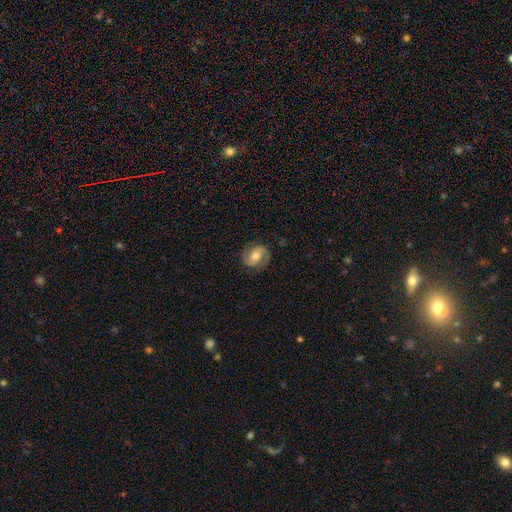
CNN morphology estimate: The model was most divided on "bar": no: 43%, weak: 40%, strong: 17%. Remaining: edge-on disk — no (97%); spiral arms — yes (92%); spiral arm count — 2 (90%); merging — none (84%); smooth or featured — featured or disk (70%); bulge size — moderate (70%); spiral winding — medium (49%).